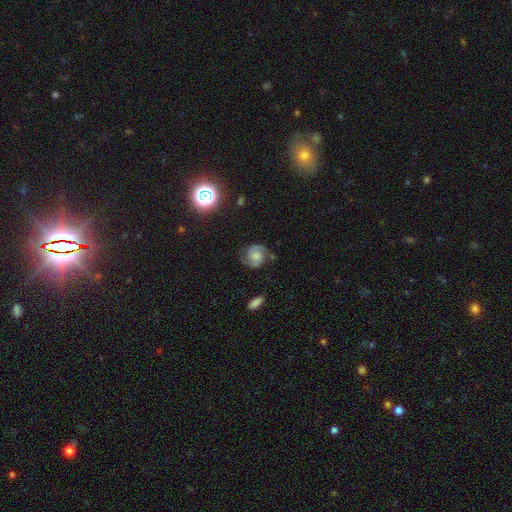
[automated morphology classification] This is likely a featured or disk galaxy (70%). It is clearly not viewed edge-on (97%). Bar: likely no (64%). Spiral arm pattern: clearly yes (95%). Spiral arm count: clearly 2 (87%). Spiral winding: possibly medium (47%). Central bulge: marginally moderate (38%). Merging: likely none (74%).